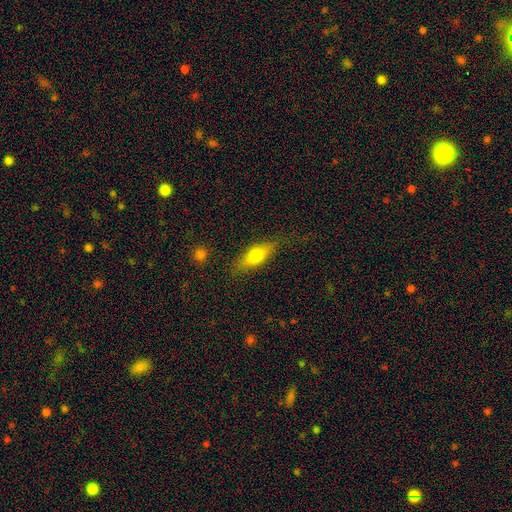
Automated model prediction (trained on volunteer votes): Smooth or featured: smooth — 69% (featured or disk — 24%)
How rounded: in between — 62% (cigar-shaped — 35%)
Merging: none — 76% (minor disturbance — 17%)